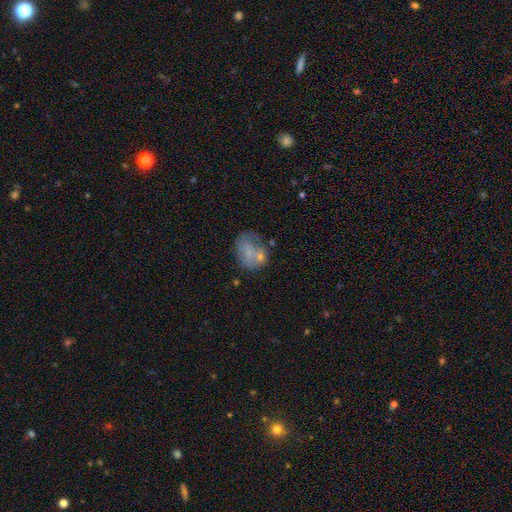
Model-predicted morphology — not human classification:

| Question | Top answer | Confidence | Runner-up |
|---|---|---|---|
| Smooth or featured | smooth | 61% | featured or disk (28%) |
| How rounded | in between | 53% | round (46%) |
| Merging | none | 36% | minor disturbance (23%) |